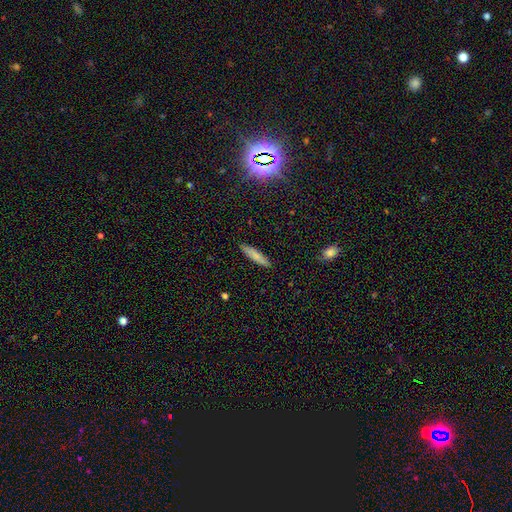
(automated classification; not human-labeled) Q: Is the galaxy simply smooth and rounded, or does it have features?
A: smooth — 79%.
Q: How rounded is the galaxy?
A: cigar-shaped — 83%.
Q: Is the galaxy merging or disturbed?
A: none — 90%.